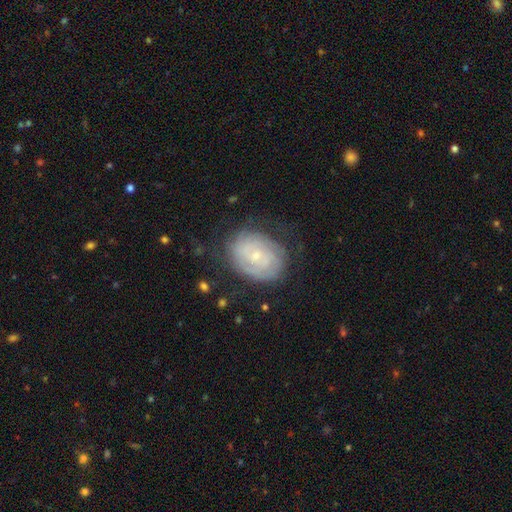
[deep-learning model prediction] Smooth or featured? Predicted: featured or disk (p=0.70). Edge-on disk? Predicted: no (p=0.97). Bar? Predicted: no (p=0.69). Spiral arms? Predicted: yes (p=0.84). Spiral winding? Predicted: tight (p=0.72). Spiral arm count? Predicted: can't tell (p=0.49). Bulge size? Predicted: small (p=0.73). Merging? Predicted: none (p=0.69).